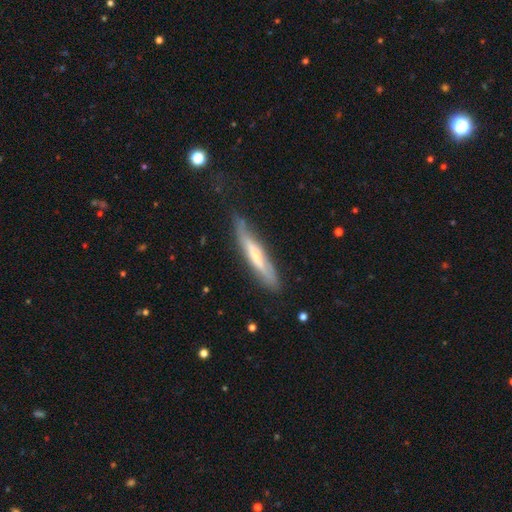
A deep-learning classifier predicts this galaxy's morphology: type=featured or disk (54%); edge-on=yes (79%); merging=none (71%).